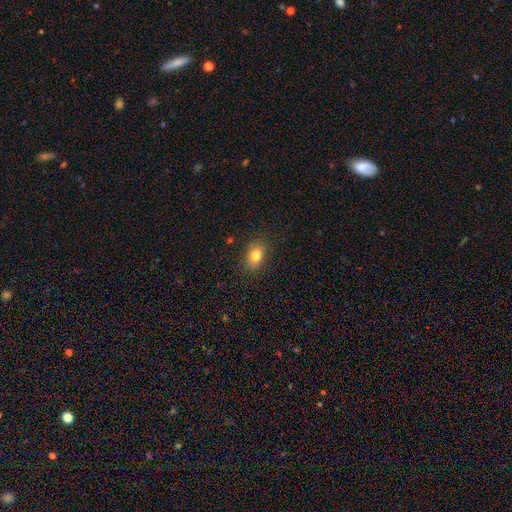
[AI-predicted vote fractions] This appears to be a smooth galaxy with no disk features (80%) that is in between round and cigar-shaped (79%). Merging: none (86%).